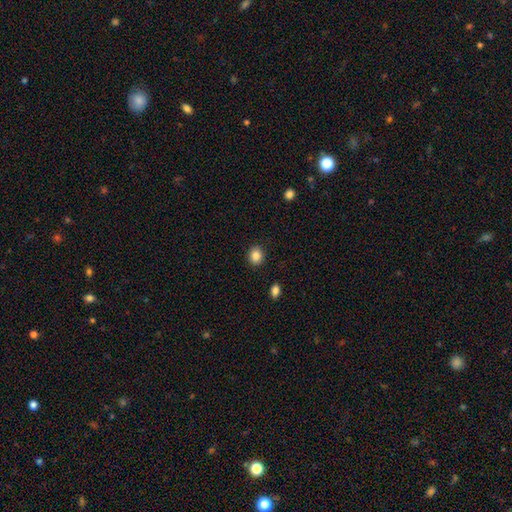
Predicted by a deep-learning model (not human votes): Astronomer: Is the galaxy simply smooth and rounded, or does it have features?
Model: smooth — 86%.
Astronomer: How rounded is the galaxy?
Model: round — 62%.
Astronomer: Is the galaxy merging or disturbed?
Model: none — 90%.